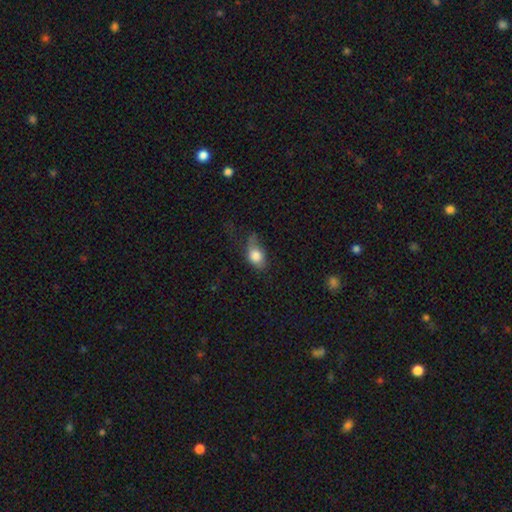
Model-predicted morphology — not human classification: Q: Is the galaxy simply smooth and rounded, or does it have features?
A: smooth — 80%.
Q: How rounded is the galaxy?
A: in between — 74%.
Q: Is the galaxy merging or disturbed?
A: minor disturbance — 37%.